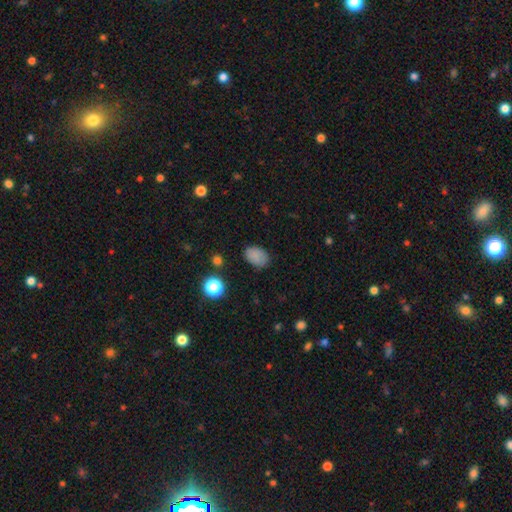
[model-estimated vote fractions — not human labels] A smooth galaxy with no disk features (83%) that is in between round and cigar-shaped (82%).

Vote fractions:
- Smooth or featured? smooth: 83% / star or artifact: 11% / featured or disk: 6%
- How rounded? in between: 82% / round: 17% / cigar-shaped: 1%
- Merging? none: 79% / minor disturbance: 15% / major disturbance: 4% / merger: 2%